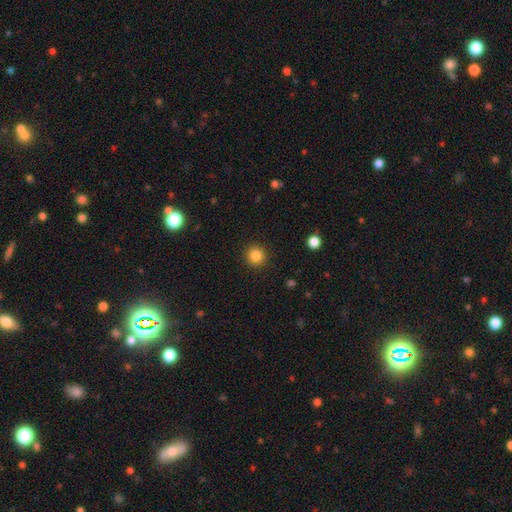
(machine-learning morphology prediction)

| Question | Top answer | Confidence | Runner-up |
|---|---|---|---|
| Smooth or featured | smooth | 85% | star or artifact (11%) |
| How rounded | round | 95% | in between (4%) |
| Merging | none | 92% | minor disturbance (5%) |